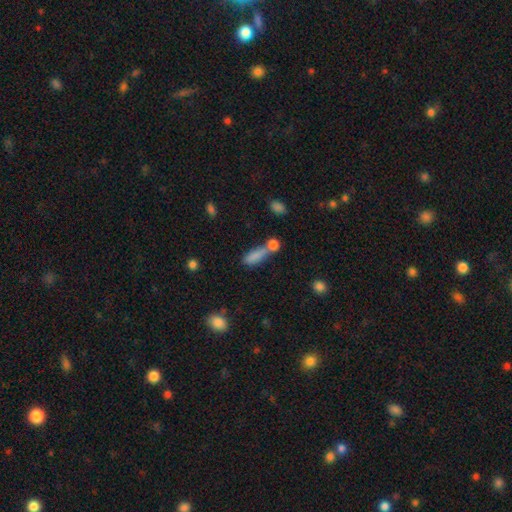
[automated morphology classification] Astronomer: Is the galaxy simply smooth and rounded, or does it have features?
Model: smooth — 80%.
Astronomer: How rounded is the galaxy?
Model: in between — 54% (runner-up: cigar-shaped, 41%).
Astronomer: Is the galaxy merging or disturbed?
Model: merger — 41% (runner-up: none, 39%).